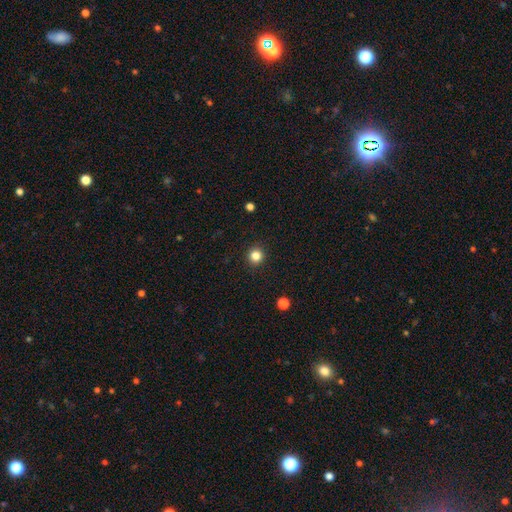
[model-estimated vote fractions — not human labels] The model was most divided on "smooth or featured": smooth: 83%, star or artifact: 12%, featured or disk: 4%. More confident: how rounded — round (94%); merging — none (92%).